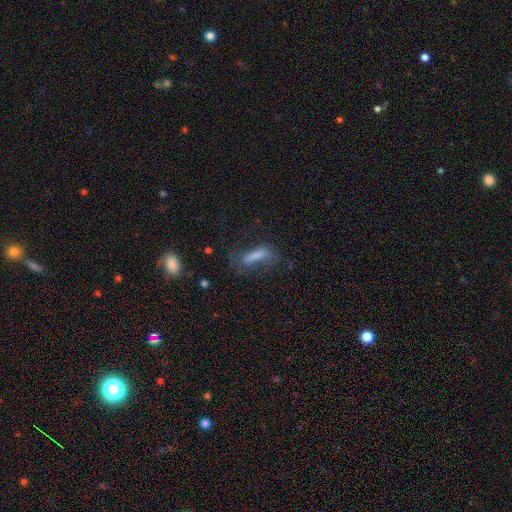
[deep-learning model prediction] Smooth or featured? Predicted: smooth (p=0.55). How rounded? Predicted: cigar-shaped (p=0.65). Merging? Predicted: none (p=0.47).